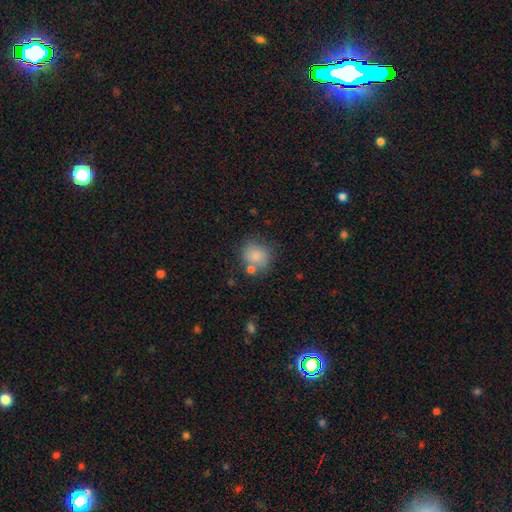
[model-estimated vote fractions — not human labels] This is clearly a smooth galaxy (80%). How rounded: clearly round (81%). Merging: likely none (63%).